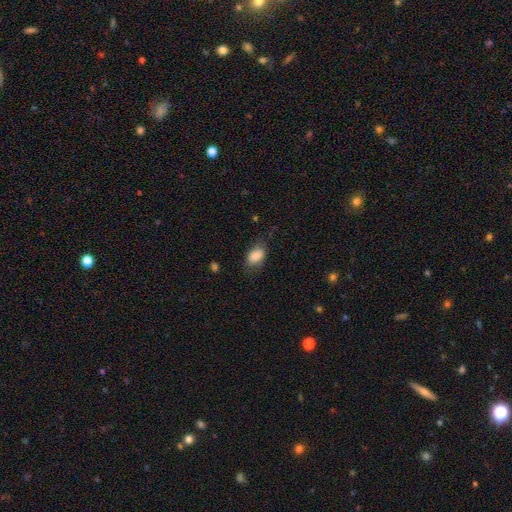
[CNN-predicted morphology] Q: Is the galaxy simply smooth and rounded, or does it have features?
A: smooth — 86%.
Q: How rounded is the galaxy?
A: in between — 86%.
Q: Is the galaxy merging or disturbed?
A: none — 67%.